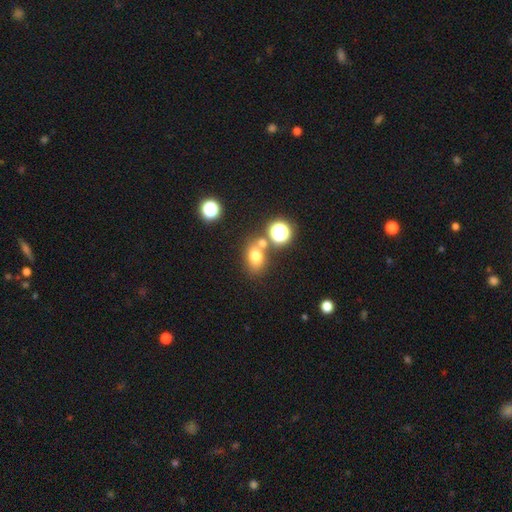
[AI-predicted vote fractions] smooth_or_featured: smooth (p=0.71) [alt: star or artifact p=0.17]
how_rounded: in between (p=0.60) [alt: round p=0.38]
merging: none (p=0.61) [alt: merger p=0.23]